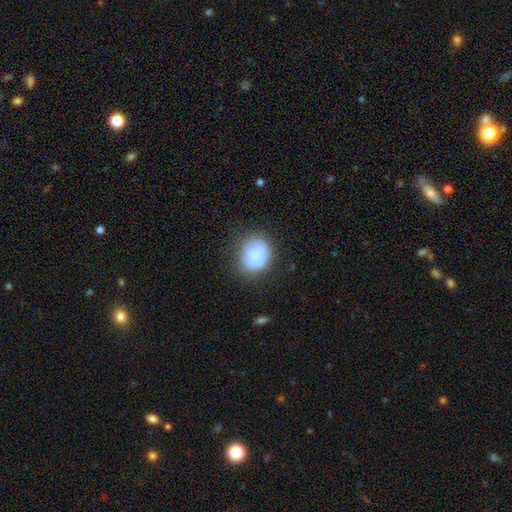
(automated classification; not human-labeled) smooth 63%, featured or disk 28%, star or artifact 9%. Down the decision tree: how rounded — round (57%); merging — none (62%).